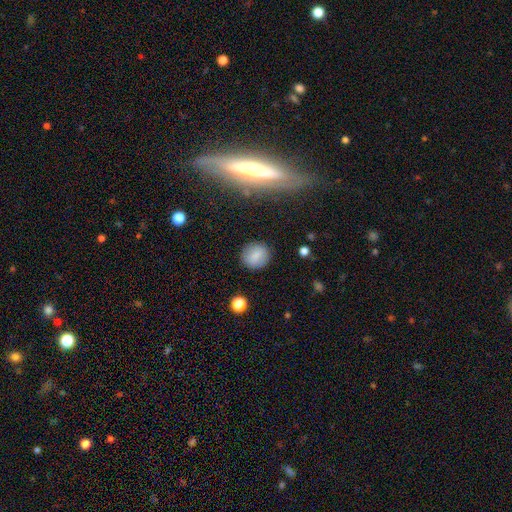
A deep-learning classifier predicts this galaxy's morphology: Smooth or featured? smooth (79%)
How rounded? round (81%)
Merging? none (88%)